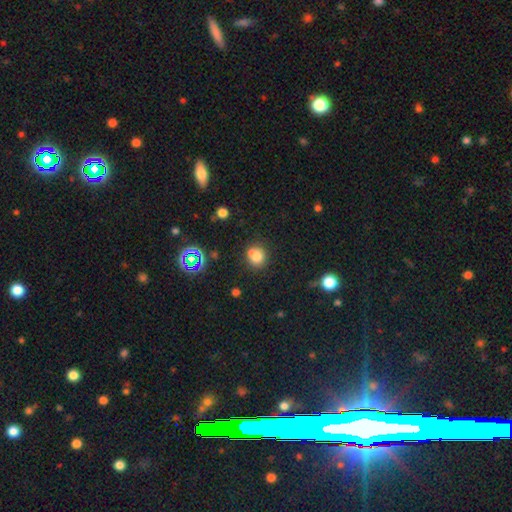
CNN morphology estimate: Overall: smooth (73%). How rounded: round (74%). Merging: none (60%; merger 20%).